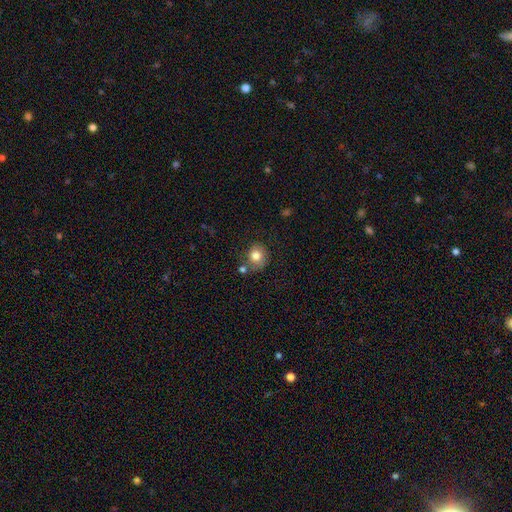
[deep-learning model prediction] A smooth galaxy with no disk features (80%) that is round (81%). Merging: none (65%).